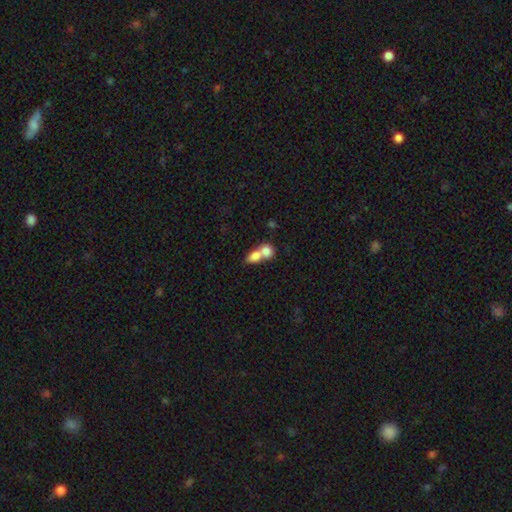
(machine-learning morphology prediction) smooth 77%, featured or disk 15%, star or artifact 8%. Down the decision tree: how rounded — in between (56%); merging — merger (73%).